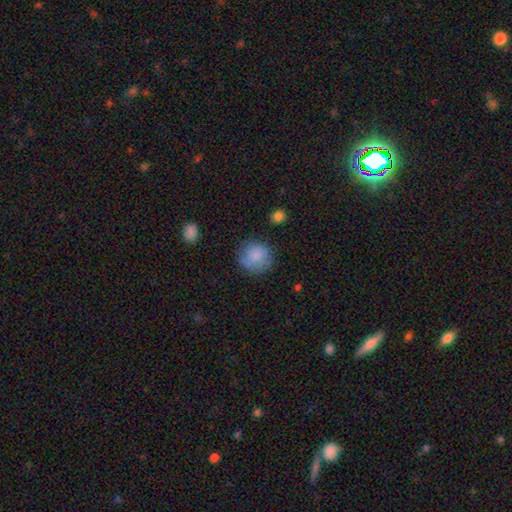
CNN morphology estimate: Smooth or featured? Predicted: smooth (p=0.80). How rounded? Predicted: round (p=0.90). Merging? Predicted: none (p=0.75).